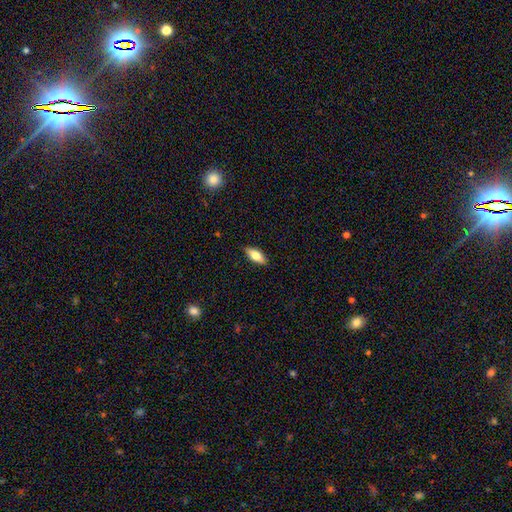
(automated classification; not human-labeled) smooth-or-featured: smooth: 69% | featured or disk: 24% | star or artifact: 7%
  how-rounded: in between: 76% | cigar-shaped: 22% | round: 3%
  merging: none: 88% | minor disturbance: 9% | major disturbance: 2% | merger: 1%